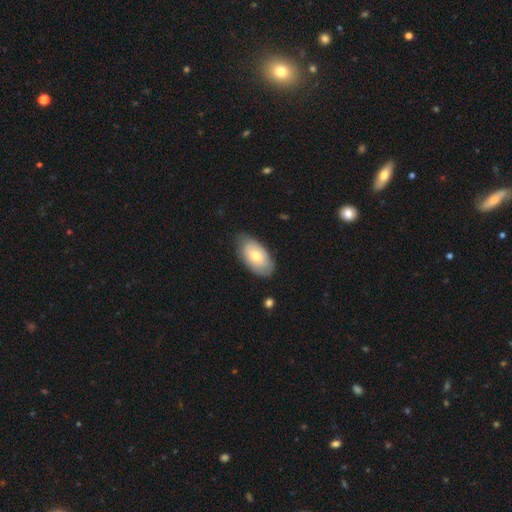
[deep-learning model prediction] Overall: smooth (64%; featured or disk 31%). How rounded: in between (94%). Merging: none (74%).